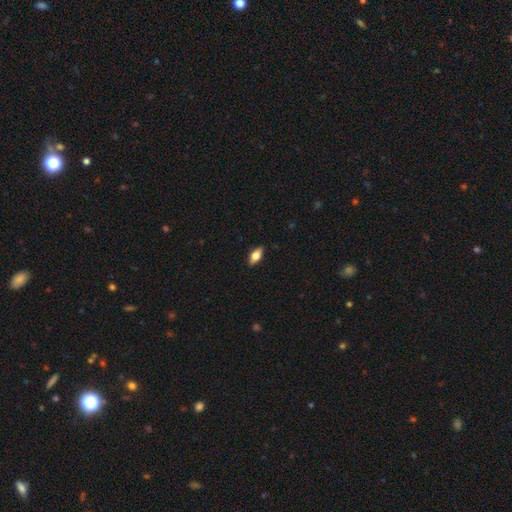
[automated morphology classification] Q: Smooth or featured?
A: smooth (70%); runner-up: featured or disk (23%)
Q: How rounded?
A: in between (86%); runner-up: cigar-shaped (10%)
Q: Merging?
A: none (89%); runner-up: minor disturbance (9%)